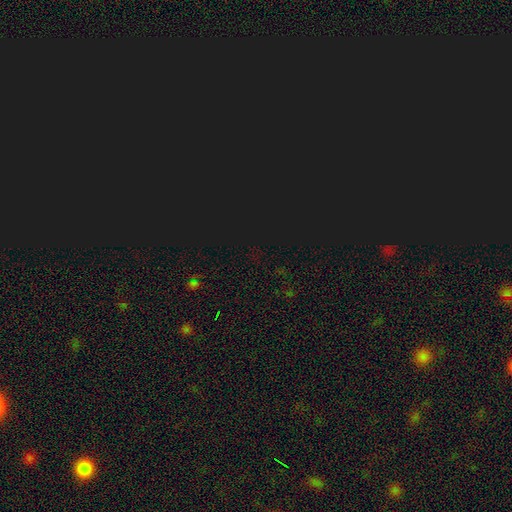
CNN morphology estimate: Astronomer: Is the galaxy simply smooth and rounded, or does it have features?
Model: star or artifact — 80%.